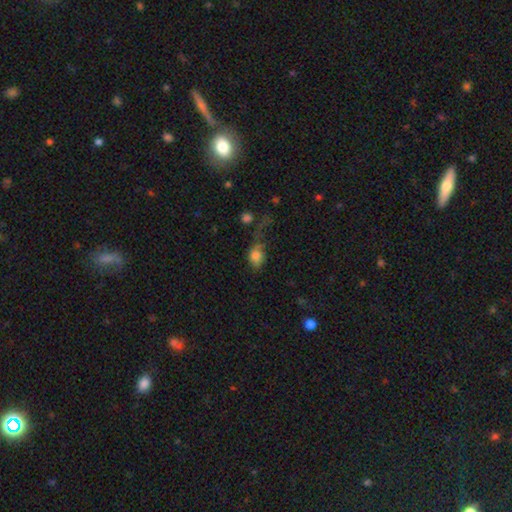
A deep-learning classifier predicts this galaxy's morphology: Smooth or featured? Predicted: smooth (p=0.70). How rounded? Predicted: in between (p=0.70). Merging? Predicted: major disturbance (p=0.48).